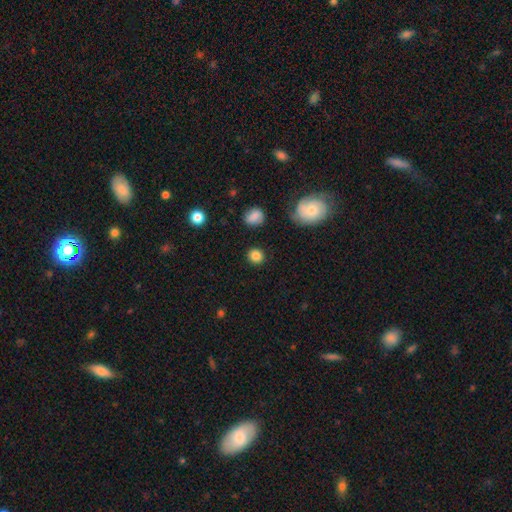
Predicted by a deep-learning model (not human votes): Smooth or featured?
  - smooth: 84% *
  - star or artifact: 11%
  - featured or disk: 5%
How rounded?
  - round: 87% *
  - in between: 12%
  - cigar-shaped: 1%
Merging?
  - none: 89% *
  - minor disturbance: 7%
  - major disturbance: 3%
  - merger: 2%